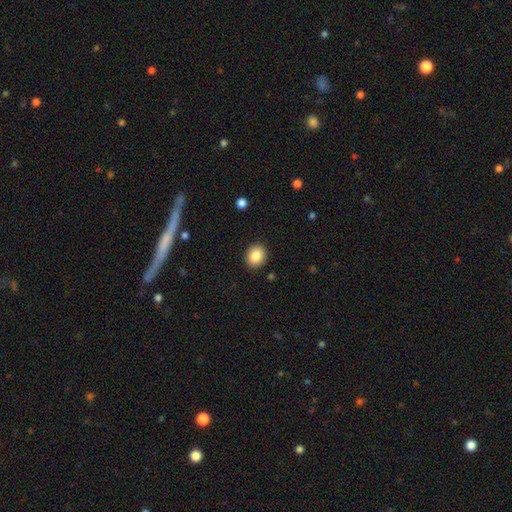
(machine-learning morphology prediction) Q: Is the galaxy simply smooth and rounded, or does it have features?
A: smooth — 87%.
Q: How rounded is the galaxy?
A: round — 65%.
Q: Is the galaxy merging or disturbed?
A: none — 90%.